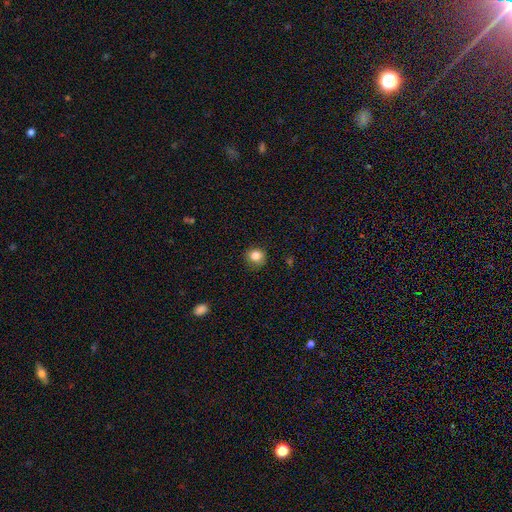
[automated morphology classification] This is clearly a smooth galaxy (83%). How rounded: clearly round (86%). Merging: clearly none (85%).